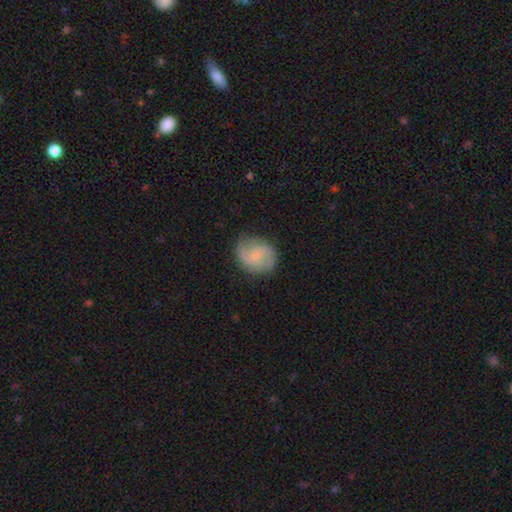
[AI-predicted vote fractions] Q: Smooth or featured?
A: featured or disk (58%); runner-up: smooth (35%)
Q: Edge-on disk?
A: no (98%); runner-up: yes (2%)
Q: Bar?
A: weak (52%); runner-up: no (38%)
Q: Spiral arms?
A: yes (90%); runner-up: no (10%)
Q: Spiral winding?
A: medium (44%); runner-up: loose (37%)
Q: Spiral arm count?
A: 2 (75%); runner-up: can't tell (12%)
Q: Bulge size?
A: small (60%); runner-up: moderate (20%)
Q: Merging?
A: none (73%); runner-up: minor disturbance (19%)